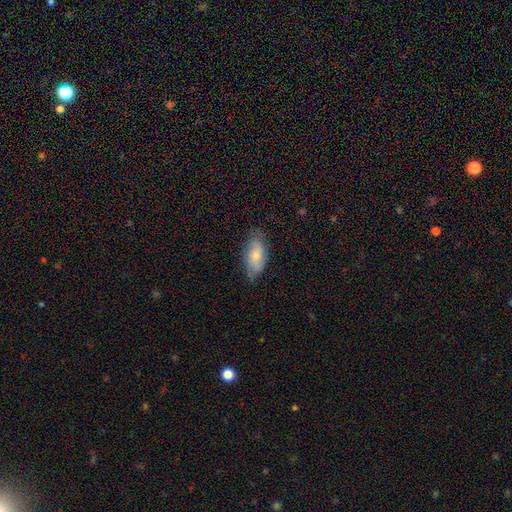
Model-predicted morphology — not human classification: This appears to be a smooth galaxy with no disk features (65%) that is in between round and cigar-shaped (89%). Merging: none (70%).